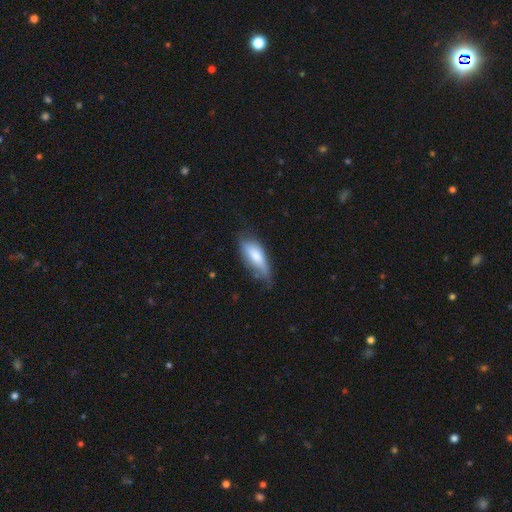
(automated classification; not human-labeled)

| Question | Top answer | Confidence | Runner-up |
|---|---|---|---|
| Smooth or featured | smooth | 72% | featured or disk (22%) |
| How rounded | in between | 67% | cigar-shaped (31%) |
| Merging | none | 55% | minor disturbance (35%) |